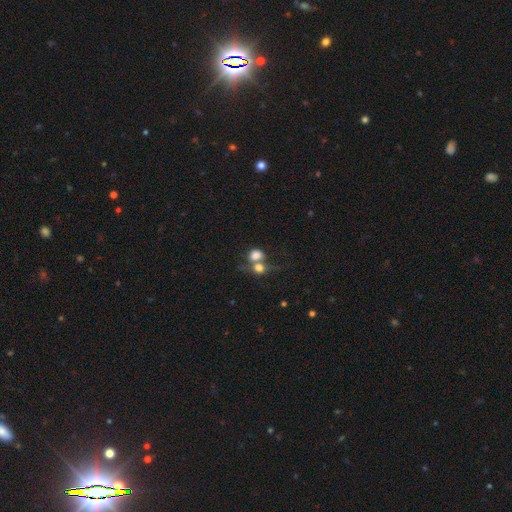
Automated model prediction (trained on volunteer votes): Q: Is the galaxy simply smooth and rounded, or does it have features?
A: smooth — 74%.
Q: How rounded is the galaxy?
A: round — 62%.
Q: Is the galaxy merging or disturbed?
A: merger — 61%.